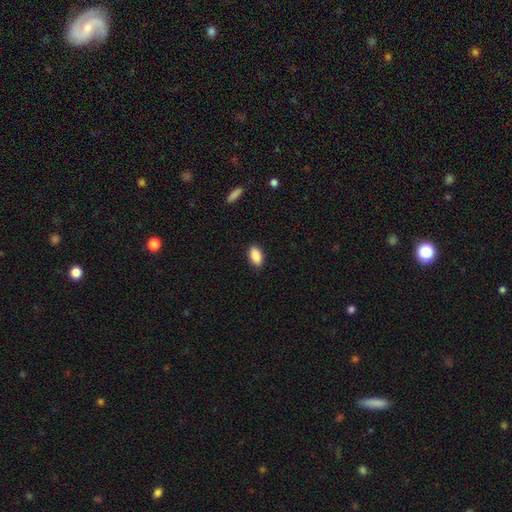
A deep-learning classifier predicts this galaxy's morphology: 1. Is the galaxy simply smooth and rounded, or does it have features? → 89% smooth, 7% star or artifact, 4% featured or disk.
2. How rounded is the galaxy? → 91% in between, 5% cigar-shaped, 4% round.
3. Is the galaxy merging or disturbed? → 88% none, 9% minor disturbance, 2% major disturbance, 1% merger.